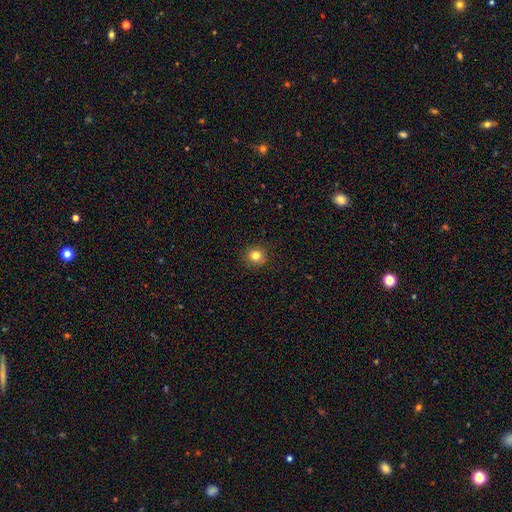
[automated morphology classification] Smooth or featured: smooth — 82% (star or artifact — 12%)
How rounded: round — 92% (in between — 7%)
Merging: none — 91% (minor disturbance — 6%)